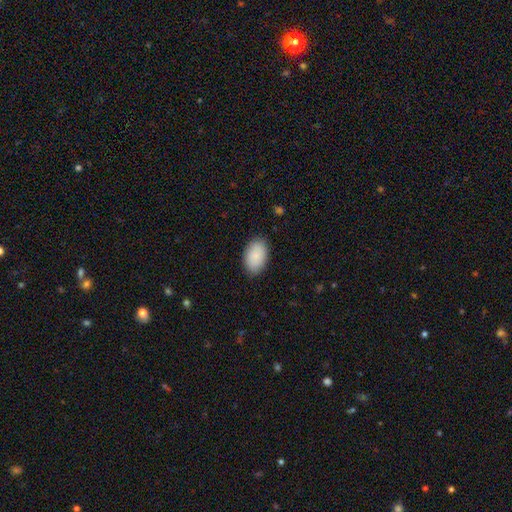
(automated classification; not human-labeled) Q: Smooth or featured?
A: smooth (88%); runner-up: star or artifact (6%)
Q: How rounded?
A: in between (92%); runner-up: round (7%)
Q: Merging?
A: none (86%); runner-up: minor disturbance (11%)